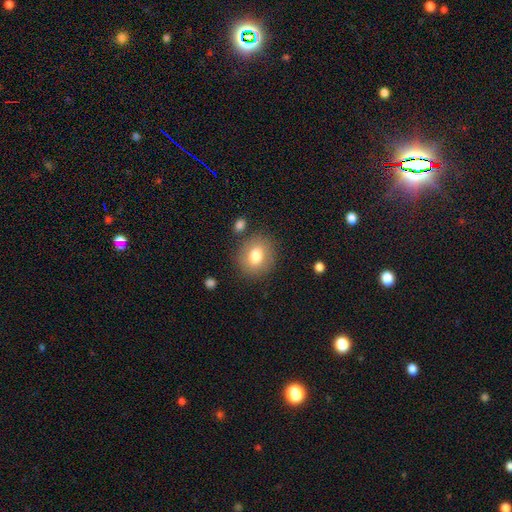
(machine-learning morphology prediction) This is likely a smooth galaxy (77%). How rounded: likely round (70%). Merging: clearly none (82%).